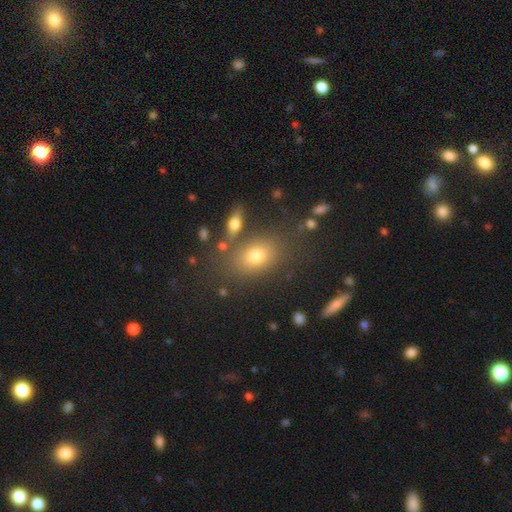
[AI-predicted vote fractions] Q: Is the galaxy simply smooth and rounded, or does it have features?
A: smooth — 68%.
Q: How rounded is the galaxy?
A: in between — 70%.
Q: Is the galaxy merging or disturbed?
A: none — 75%.